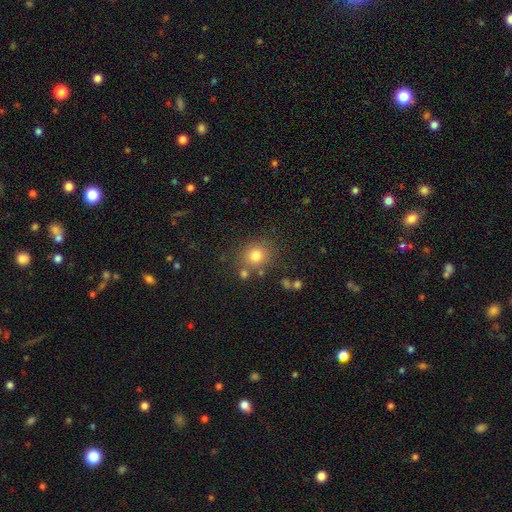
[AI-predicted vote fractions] Morphology: type=smooth (77%); roundness=round (80%); merging=none (78%).